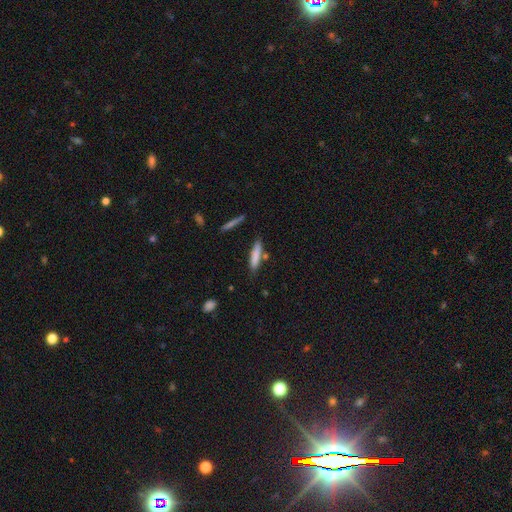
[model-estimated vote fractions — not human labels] Overall: smooth (79%). How rounded: cigar-shaped (84%). Merging: none (78%).